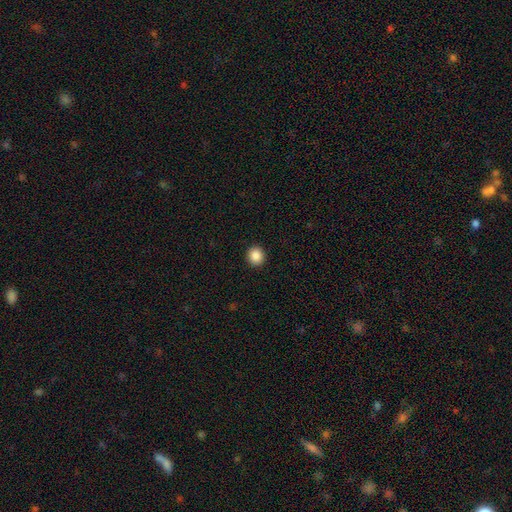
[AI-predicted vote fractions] A smooth galaxy with no disk features (88%) that is round (89%). Merging: none (93%).